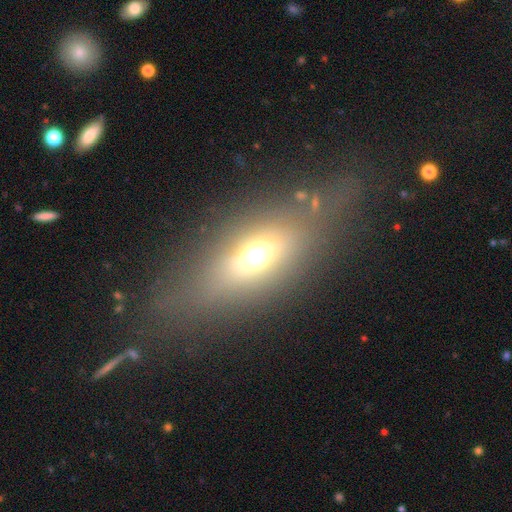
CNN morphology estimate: Q: Smooth or featured?
A: smooth (56%); runner-up: featured or disk (25%)
Q: How rounded?
A: in between (72%); runner-up: round (17%)
Q: Merging?
A: none (71%); runner-up: minor disturbance (14%)